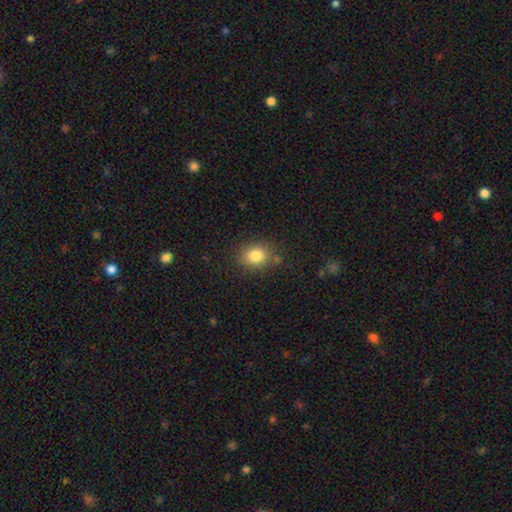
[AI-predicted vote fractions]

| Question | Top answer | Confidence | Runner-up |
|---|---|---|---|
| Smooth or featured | smooth | 83% | star or artifact (11%) |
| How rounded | round | 50% | in between (49%) |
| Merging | none | 81% | minor disturbance (13%) |